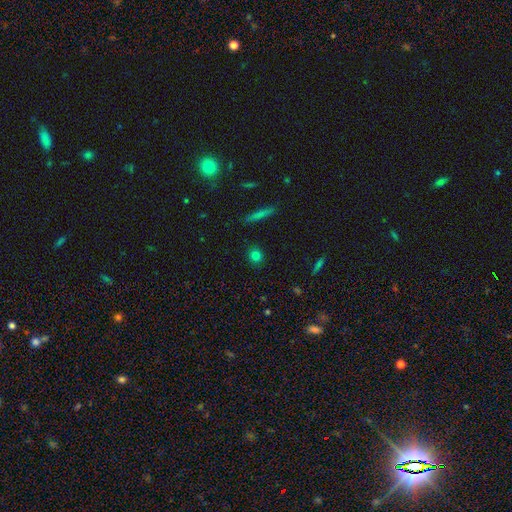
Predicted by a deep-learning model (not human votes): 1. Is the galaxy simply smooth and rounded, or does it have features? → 80% smooth, 12% star or artifact, 8% featured or disk.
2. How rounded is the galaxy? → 85% round, 11% in between, 3% cigar-shaped.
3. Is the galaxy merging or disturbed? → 90% none, 7% minor disturbance, 2% major disturbance, 1% merger.